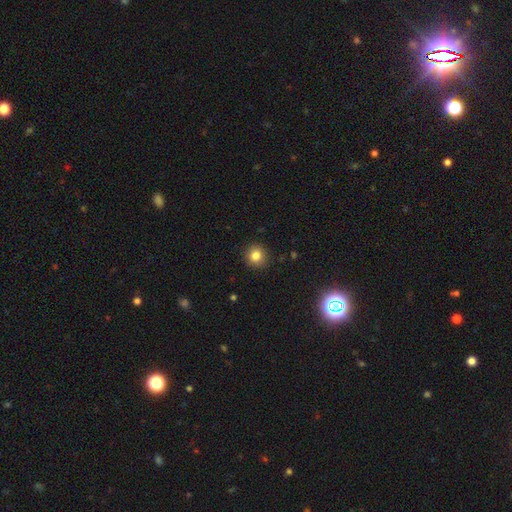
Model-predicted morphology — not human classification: Smooth or featured?
  - smooth: 82% *
  - star or artifact: 12%
  - featured or disk: 6%
How rounded?
  - round: 90% *
  - in between: 9%
  - cigar-shaped: 1%
Merging?
  - none: 91% *
  - minor disturbance: 6%
  - major disturbance: 2%
  - merger: 1%